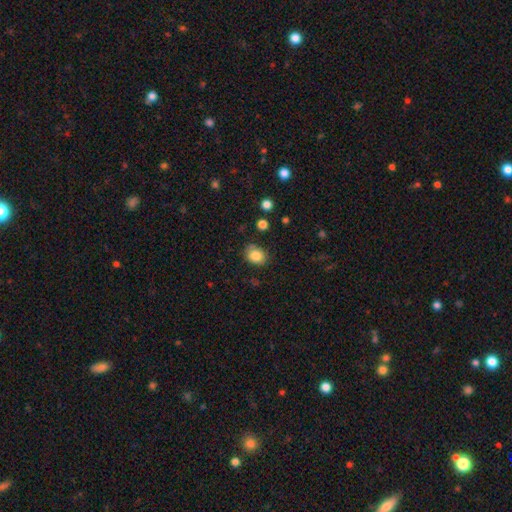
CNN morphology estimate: A smooth galaxy with no disk features (84%) that is in between round and cigar-shaped (57%).

Vote fractions:
- Smooth or featured? smooth: 84% / star or artifact: 9% / featured or disk: 7%
- How rounded? in between: 57% / round: 43% / cigar-shaped: 1%
- Merging? none: 75% / minor disturbance: 18% / major disturbance: 4% / merger: 3%